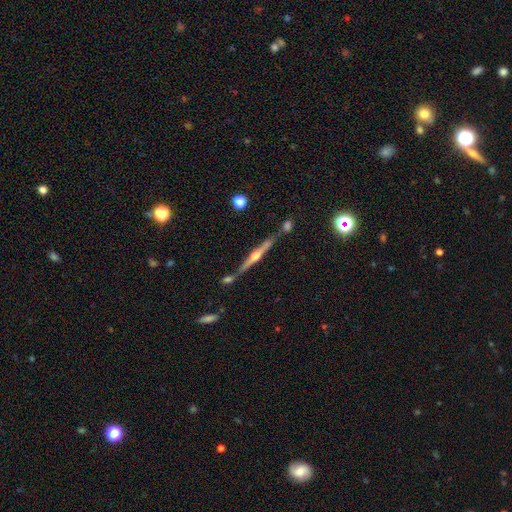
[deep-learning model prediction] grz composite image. It shows a featured or disk galaxy (80%) viewed edge-on (98%) with a rounded central bulge (86%). Merging: none (75%).